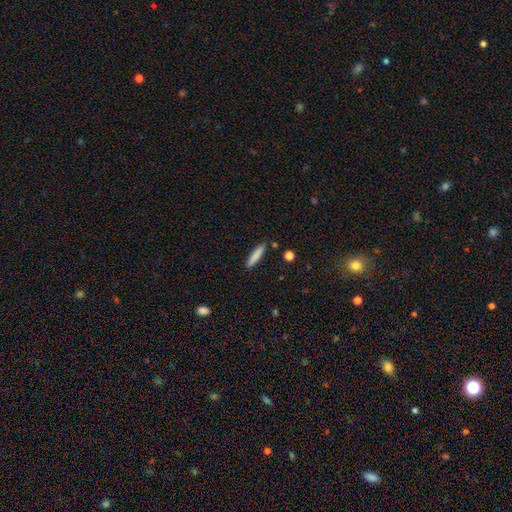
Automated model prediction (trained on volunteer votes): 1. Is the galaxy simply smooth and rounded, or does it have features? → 83% smooth, 11% featured or disk, 6% star or artifact.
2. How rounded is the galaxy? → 88% cigar-shaped, 11% in between, 1% round.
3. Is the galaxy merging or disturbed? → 89% none, 7% minor disturbance, 2% merger, 2% major disturbance.